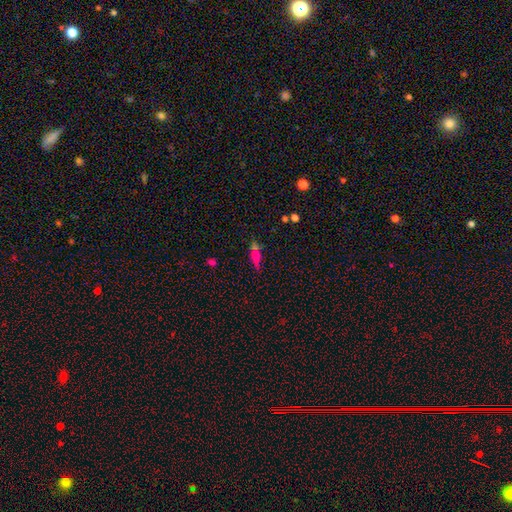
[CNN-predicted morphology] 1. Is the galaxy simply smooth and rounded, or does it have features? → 48% smooth, 36% featured or disk, 16% star or artifact.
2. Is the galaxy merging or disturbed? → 65% none, 15% merger, 14% minor disturbance, 5% major disturbance.